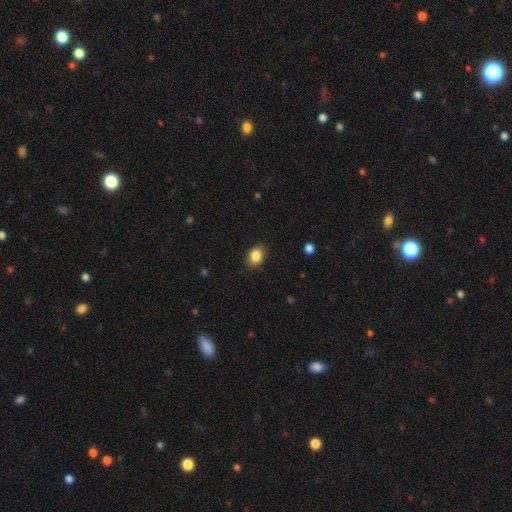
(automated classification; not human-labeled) smooth 87%, star or artifact 8%, featured or disk 5%. Down the decision tree: how rounded — in between (69%); merging — none (86%).